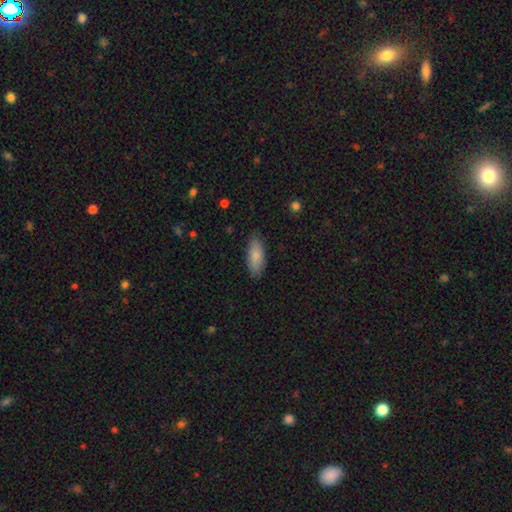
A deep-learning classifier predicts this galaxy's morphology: Overall: smooth (85%). How rounded: in between (79%). Merging: none (85%).